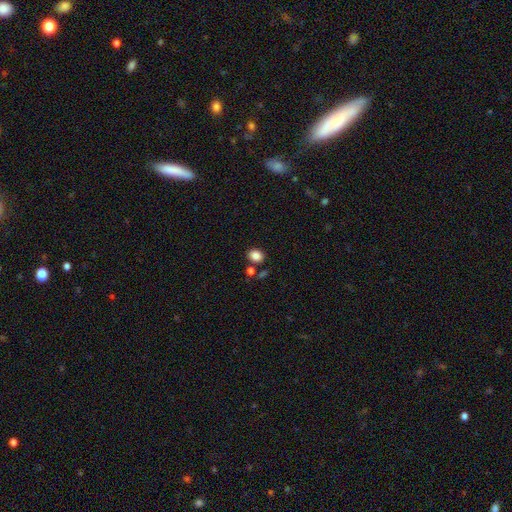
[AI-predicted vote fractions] Smooth or featured?
  - smooth: 85% *
  - star or artifact: 10%
  - featured or disk: 5%
How rounded?
  - in between: 59% *
  - round: 40%
  - cigar-shaped: 1%
Merging?
  - none: 77% *
  - minor disturbance: 11%
  - merger: 10%
  - major disturbance: 3%